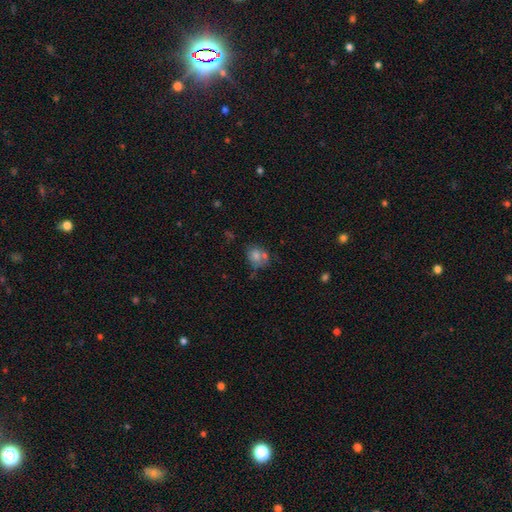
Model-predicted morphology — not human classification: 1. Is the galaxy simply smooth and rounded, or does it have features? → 69% smooth, 18% featured or disk, 13% star or artifact.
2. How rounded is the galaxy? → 53% round, 45% in between, 1% cigar-shaped.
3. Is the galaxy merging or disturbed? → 46% none, 25% merger, 20% minor disturbance, 8% major disturbance.